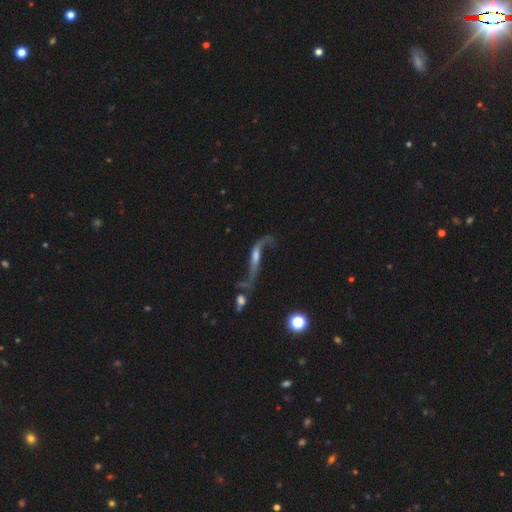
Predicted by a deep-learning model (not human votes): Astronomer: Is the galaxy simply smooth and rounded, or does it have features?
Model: featured or disk — 78%.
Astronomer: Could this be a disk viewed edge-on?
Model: no — 71%.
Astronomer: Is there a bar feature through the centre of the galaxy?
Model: no — 43% (runner-up: weak, 35%).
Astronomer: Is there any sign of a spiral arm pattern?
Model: yes — 86%.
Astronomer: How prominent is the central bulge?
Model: small — 37%, tied with moderate at 37%.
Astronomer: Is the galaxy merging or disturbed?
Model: none — 35% (runner-up: major disturbance, 25%).